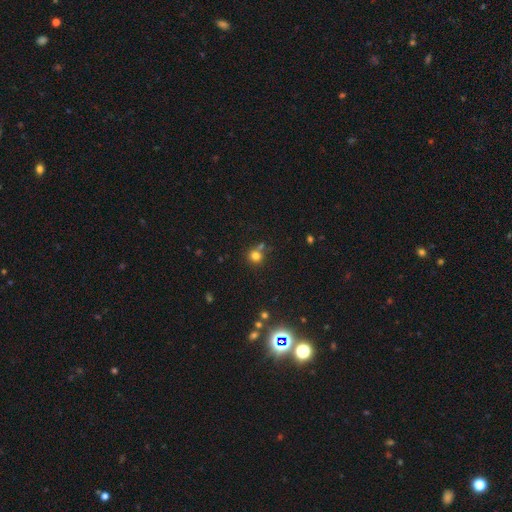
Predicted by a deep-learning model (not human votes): Morphology: type=smooth (76%); roundness=round (86%); merging=none (63%).